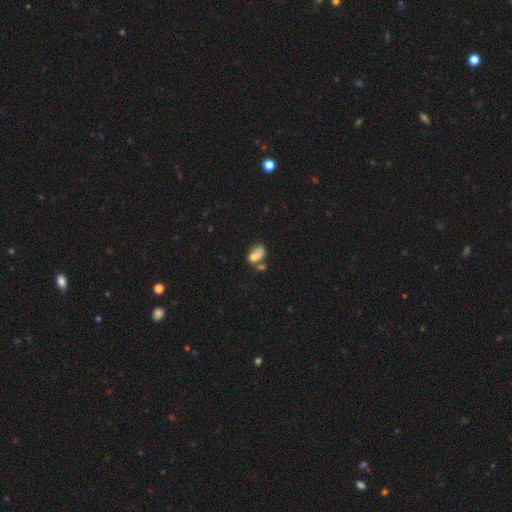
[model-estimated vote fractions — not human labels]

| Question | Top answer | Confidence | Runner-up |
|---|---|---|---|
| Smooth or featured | smooth | 68% | featured or disk (21%) |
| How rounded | in between | 77% | round (21%) |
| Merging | merger | 51% | none (24%) |